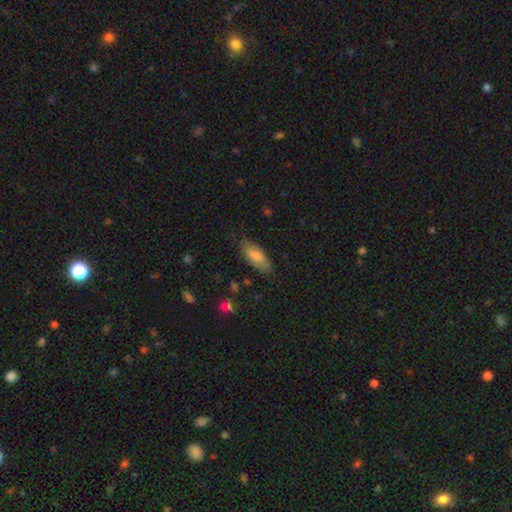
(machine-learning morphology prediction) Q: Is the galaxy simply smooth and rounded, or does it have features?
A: smooth — 77%.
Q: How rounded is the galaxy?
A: in between — 79%.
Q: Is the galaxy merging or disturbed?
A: none — 79%.